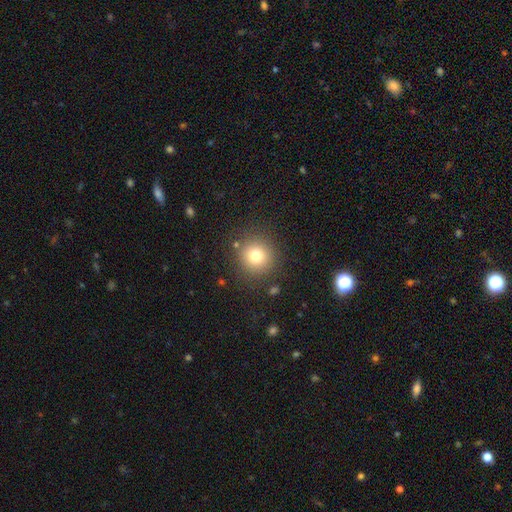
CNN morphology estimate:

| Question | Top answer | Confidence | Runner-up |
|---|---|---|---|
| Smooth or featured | smooth | 78% | star or artifact (13%) |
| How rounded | round | 92% | in between (7%) |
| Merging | none | 85% | minor disturbance (8%) |